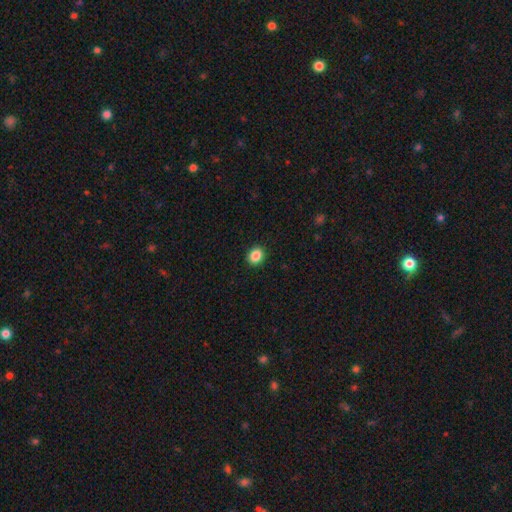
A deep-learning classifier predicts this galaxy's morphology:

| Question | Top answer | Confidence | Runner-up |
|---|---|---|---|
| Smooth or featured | smooth | 88% | star or artifact (9%) |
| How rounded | round | 63% | in between (36%) |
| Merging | none | 92% | minor disturbance (6%) |